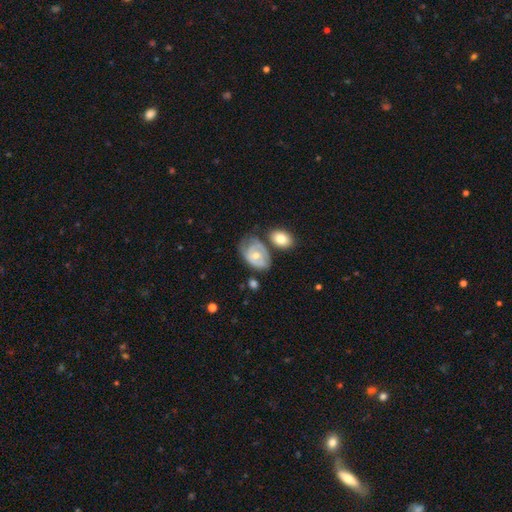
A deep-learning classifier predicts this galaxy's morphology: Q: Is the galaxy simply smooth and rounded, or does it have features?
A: featured or disk — 60%.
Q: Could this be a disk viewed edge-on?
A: no — 96%.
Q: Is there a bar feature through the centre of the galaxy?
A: no — 73%.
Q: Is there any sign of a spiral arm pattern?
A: yes — 69%.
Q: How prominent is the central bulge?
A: moderate — 54%.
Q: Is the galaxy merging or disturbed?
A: none — 40%.